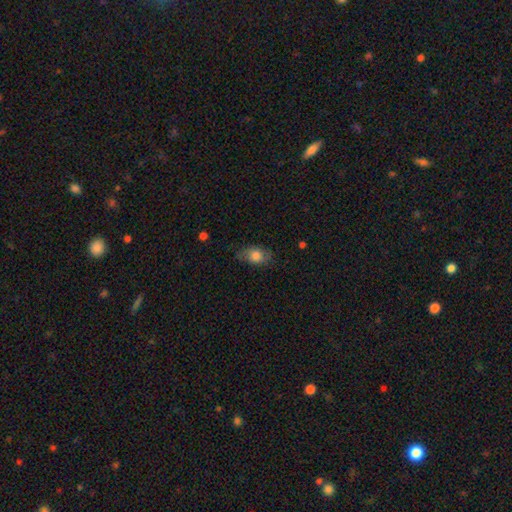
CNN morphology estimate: Smooth or featured: smooth — 75% (featured or disk — 17%)
How rounded: in between — 81% (round — 16%)
Merging: none — 67% (minor disturbance — 25%)